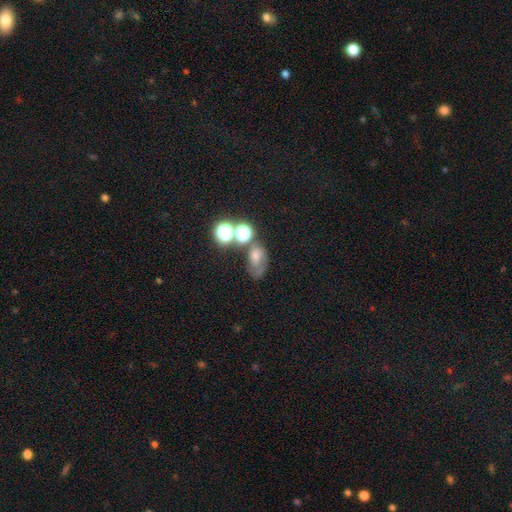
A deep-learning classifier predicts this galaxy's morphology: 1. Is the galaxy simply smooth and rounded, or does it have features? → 42% smooth, 33% star or artifact, 26% featured or disk.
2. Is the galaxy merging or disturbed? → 36% none, 27% merger, 19% major disturbance, 18% minor disturbance.